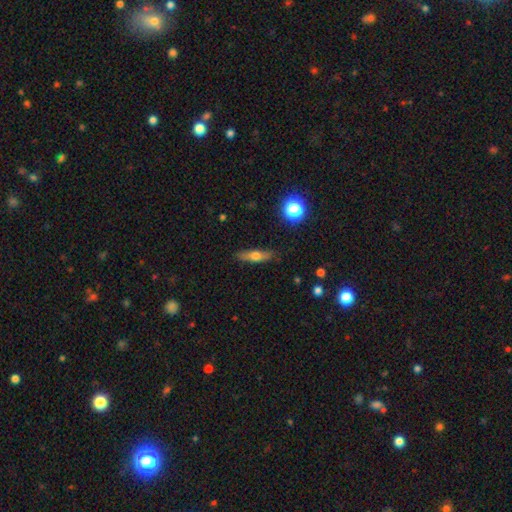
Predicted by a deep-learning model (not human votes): smooth-or-featured: smooth: 50% | featured or disk: 42% | star or artifact: 8%
  merging: none: 86% | minor disturbance: 10% | major disturbance: 2% | merger: 1%